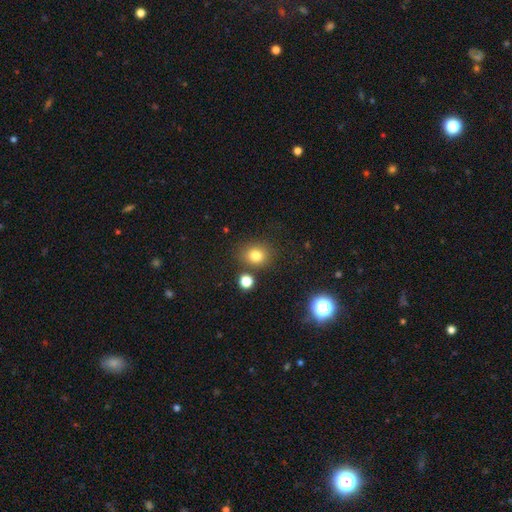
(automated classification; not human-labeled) This appears to be a smooth galaxy with no disk features (79%) that is round (71%). Merging: none (78%).